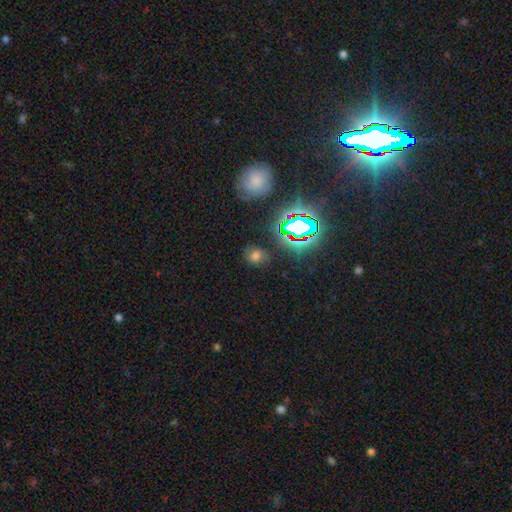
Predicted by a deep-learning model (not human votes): Smooth or featured? smooth (59%)
How rounded? round (61%)
Merging? none (78%)